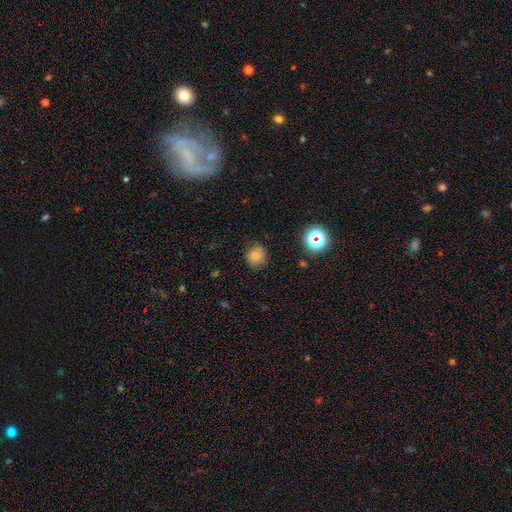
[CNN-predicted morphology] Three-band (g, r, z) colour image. It shows a smooth galaxy with no disk features (77%) that is round (89%). Merging: none (82%).